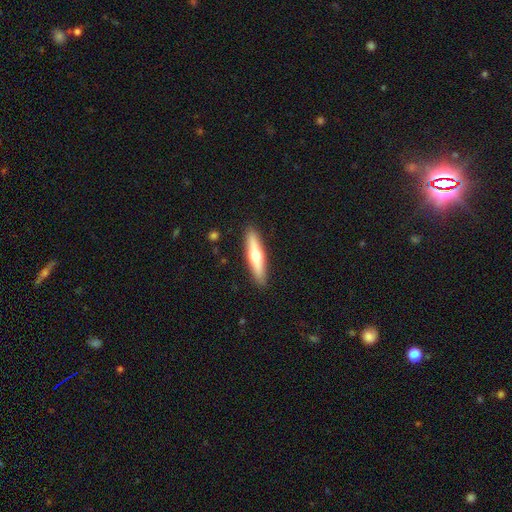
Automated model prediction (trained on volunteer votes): smooth-or-featured: featured or disk: 50% | smooth: 45% | star or artifact: 6%
  merging: none: 90% | minor disturbance: 7% | major disturbance: 2% | merger: 1%